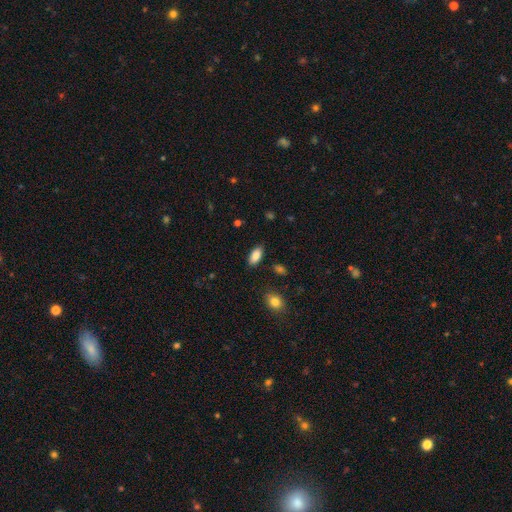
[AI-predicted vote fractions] This appears to be a smooth galaxy with no disk features (87%) that is in between round and cigar-shaped (91%). Merging: none (86%).